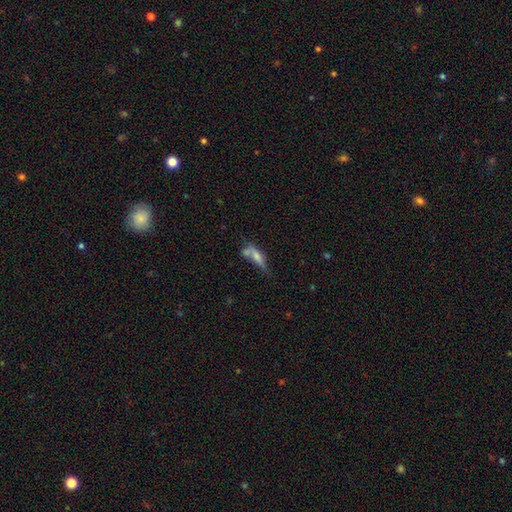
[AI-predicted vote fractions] Smooth or featured? Predicted: smooth (p=0.56). How rounded? Predicted: cigar-shaped (p=0.54). Merging? Predicted: merger (p=0.33).